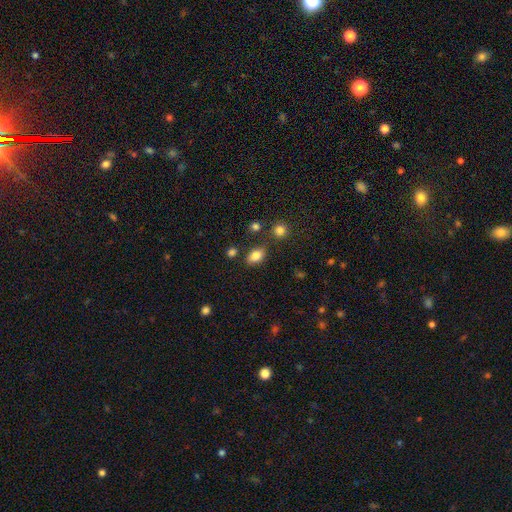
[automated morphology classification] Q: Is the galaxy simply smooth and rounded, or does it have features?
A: smooth — 81%.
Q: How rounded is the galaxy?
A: in between — 80%.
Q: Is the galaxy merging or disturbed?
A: none — 79%.